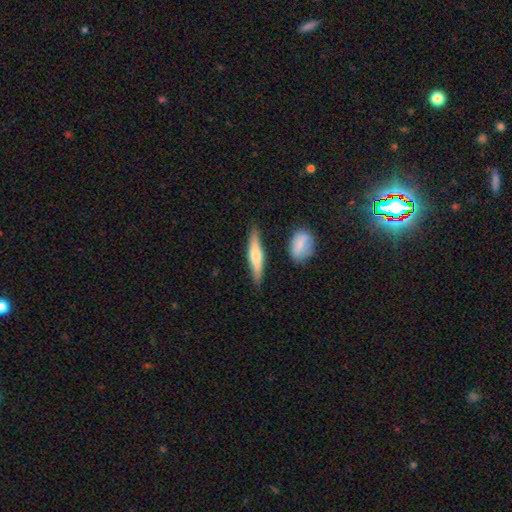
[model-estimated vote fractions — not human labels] Overall: featured or disk (50%; smooth 44%). Edge-on disk: yes (94%). Merging: none (83%).